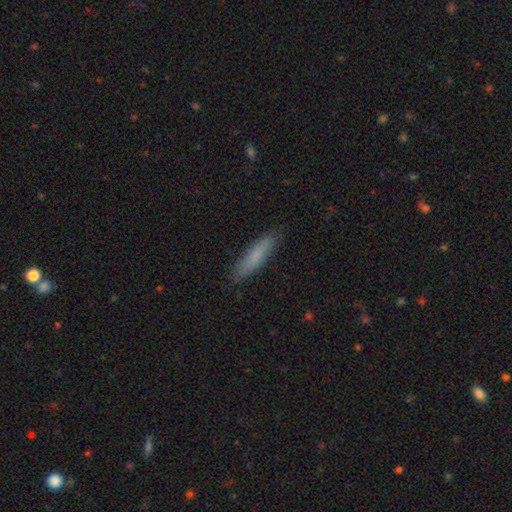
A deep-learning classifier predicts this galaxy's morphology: Overall: smooth (77%). How rounded: cigar-shaped (85%). Merging: none (87%).